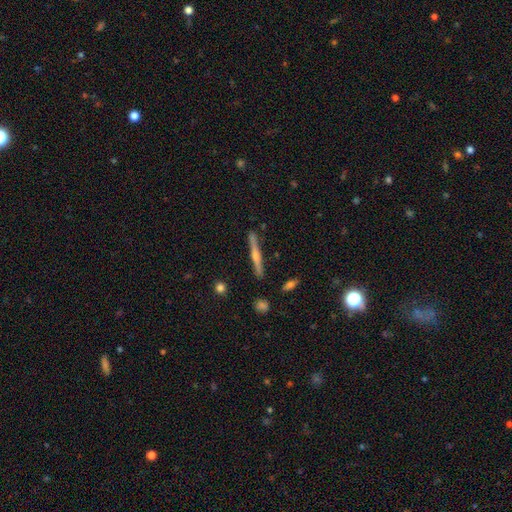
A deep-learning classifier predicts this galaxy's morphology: Smooth or featured? featured or disk (60%)
Edge-on disk? yes (93%)
Edge-on bulge? rounded (74%)
Merging? none (82%)